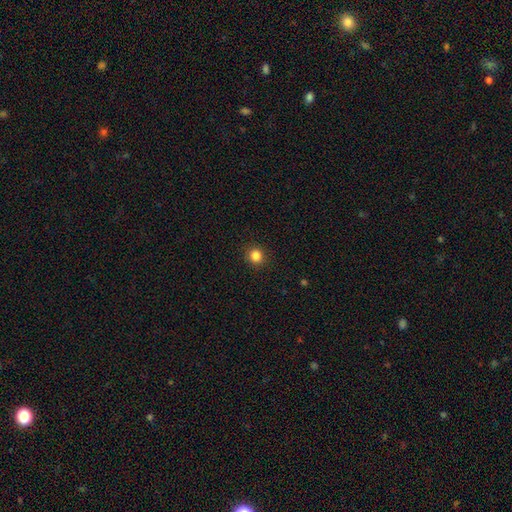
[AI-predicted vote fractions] smooth 85%, star or artifact 11%, featured or disk 4%. Down the decision tree: how rounded — round (89%); merging — none (91%).